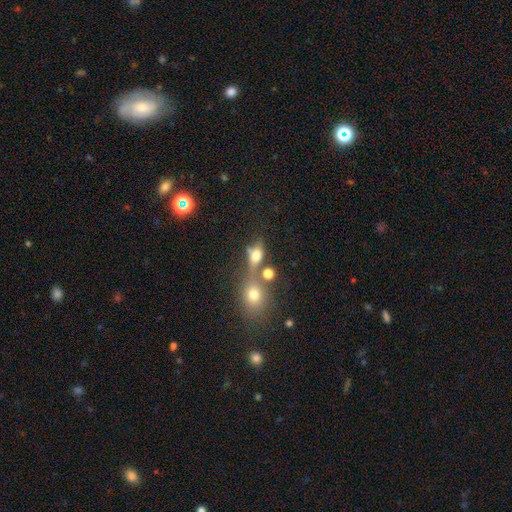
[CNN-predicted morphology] type=smooth (67%); roundness=in between (62%); merging=none (38%).